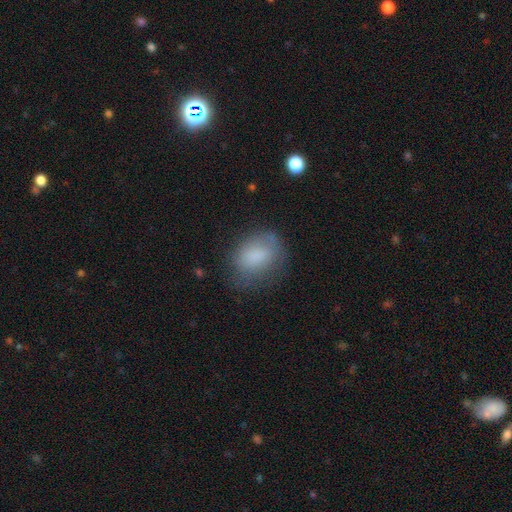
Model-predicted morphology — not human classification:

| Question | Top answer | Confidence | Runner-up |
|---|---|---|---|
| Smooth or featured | smooth | 77% | featured or disk (14%) |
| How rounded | in between | 69% | round (30%) |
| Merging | none | 60% | minor disturbance (26%) |